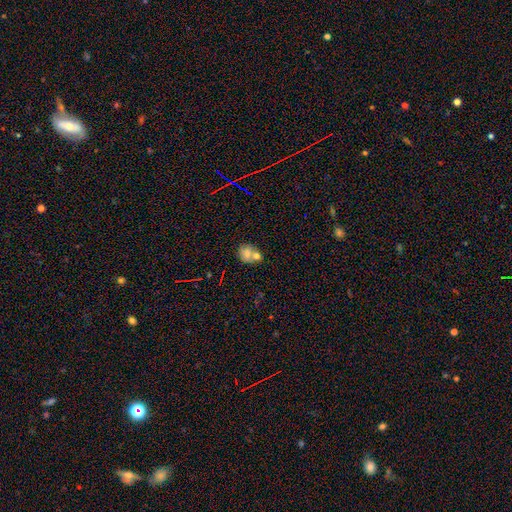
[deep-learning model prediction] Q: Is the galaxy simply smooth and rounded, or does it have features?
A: smooth — 66%.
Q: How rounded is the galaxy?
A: round — 68%.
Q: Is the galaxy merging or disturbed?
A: none — 47%.